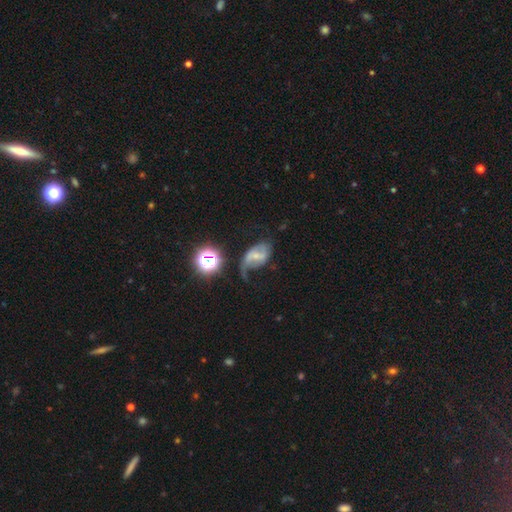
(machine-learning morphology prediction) smooth_or_featured: featured or disk (p=0.61) [alt: smooth p=0.26]
disk_edge_on: no (p=0.96) [alt: yes p=0.04]
bar: weak (p=0.45) [alt: no p=0.28]
has_spiral_arms: yes (p=0.82) [alt: no p=0.18]
bulge_size: small (p=0.55) [alt: moderate p=0.27]
merging: none (p=0.37) [alt: major disturbance p=0.30]